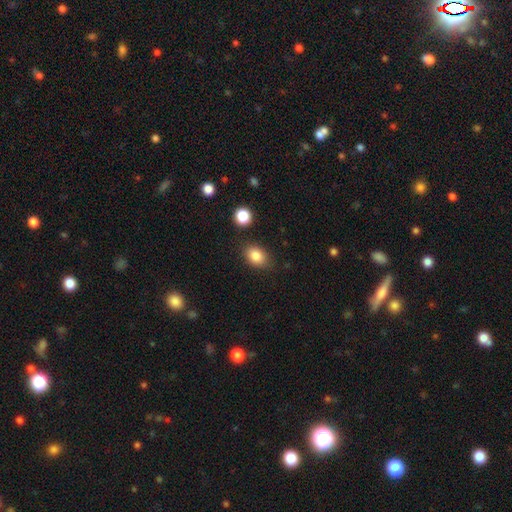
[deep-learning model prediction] Smooth or featured?
  - smooth: 84% *
  - star or artifact: 9%
  - featured or disk: 6%
How rounded?
  - in between: 72% *
  - round: 27%
  - cigar-shaped: 1%
Merging?
  - none: 81% *
  - minor disturbance: 13%
  - merger: 3%
  - major disturbance: 3%